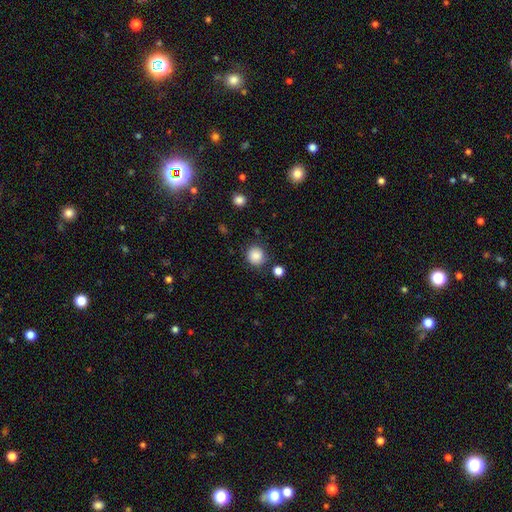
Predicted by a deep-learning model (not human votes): The model was most divided on "merging": none: 84%, minor disturbance: 9%, major disturbance: 3%, merger: 3%. More confident: how rounded — round (90%); smooth or featured — smooth (86%).